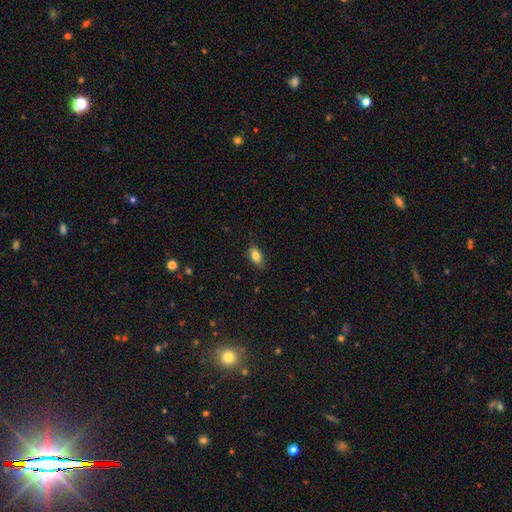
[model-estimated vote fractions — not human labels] Smooth or featured?
  - smooth: 83% *
  - featured or disk: 9%
  - star or artifact: 8%
How rounded?
  - in between: 89% *
  - round: 7%
  - cigar-shaped: 4%
Merging?
  - none: 84% *
  - minor disturbance: 13%
  - major disturbance: 2%
  - merger: 1%